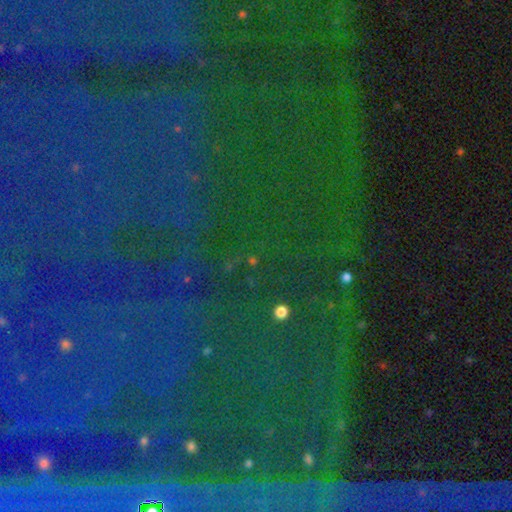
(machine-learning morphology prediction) Smooth or featured?
  - star or artifact: 84% *
  - featured or disk: 8%
  - smooth: 8%